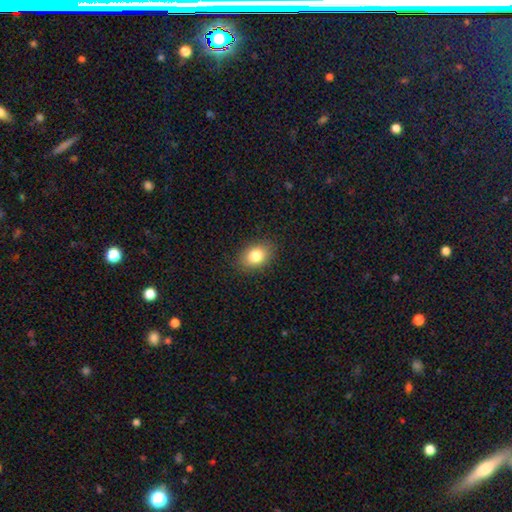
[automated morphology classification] The model was most divided on "how rounded": in between: 72%, round: 26%, cigar-shaped: 1%. More confident: merging — none (87%); smooth or featured — smooth (82%).